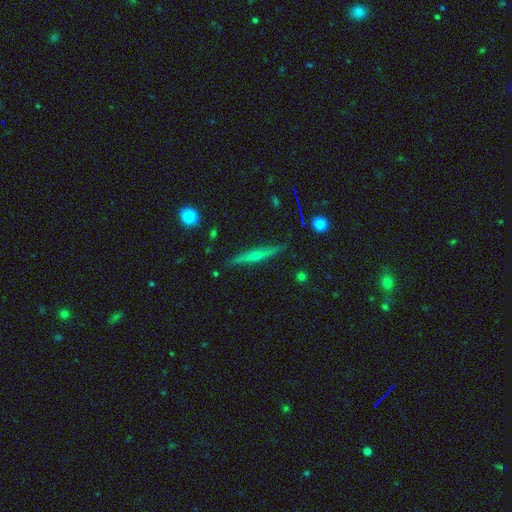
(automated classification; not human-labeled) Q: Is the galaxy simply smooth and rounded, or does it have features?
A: featured or disk — 62%.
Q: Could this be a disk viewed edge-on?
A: yes — 97%.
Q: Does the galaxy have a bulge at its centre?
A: rounded — 56%.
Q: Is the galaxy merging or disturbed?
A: none — 88%.